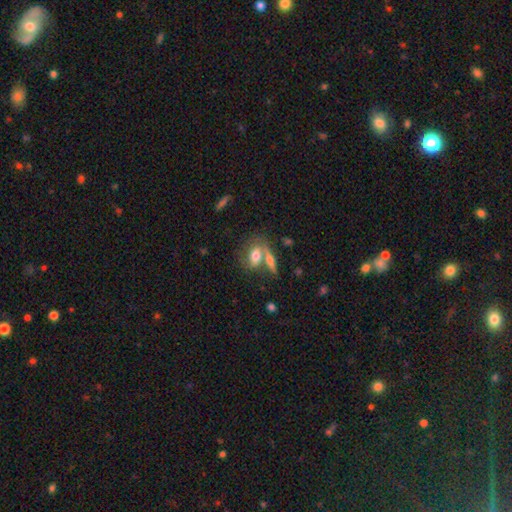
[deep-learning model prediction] Smooth or featured: smooth — 58% (featured or disk — 33%)
How rounded: in between — 76% (round — 13%)
Merging: merger — 41% (tied with none — 41%)